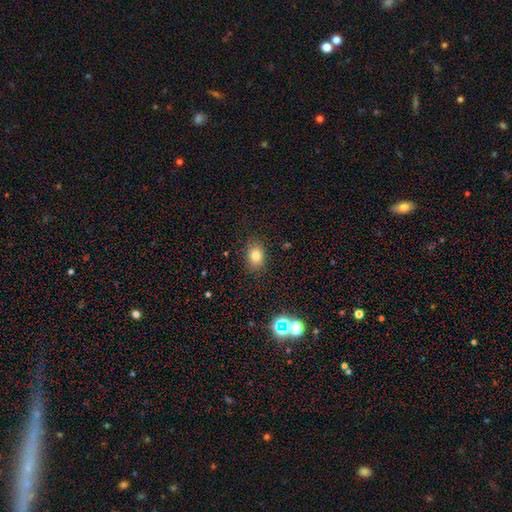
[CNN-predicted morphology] Q: Smooth or featured?
A: smooth (79%); runner-up: star or artifact (12%)
Q: How rounded?
A: in between (66%); runner-up: round (33%)
Q: Merging?
A: none (86%); runner-up: minor disturbance (10%)